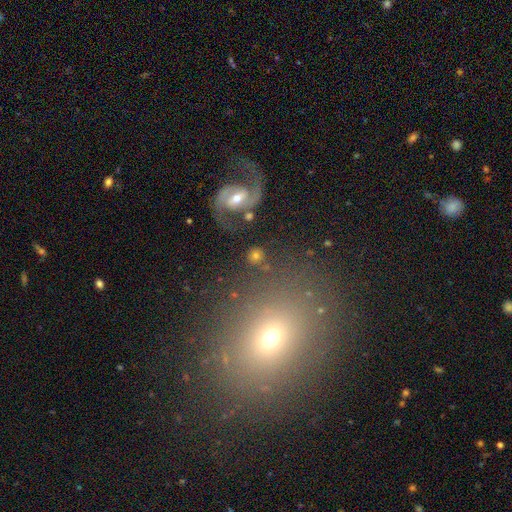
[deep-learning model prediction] A smooth galaxy with no disk features (68%) that is round (86%).

Vote fractions:
- Smooth or featured? smooth: 68% / featured or disk: 20% / star or artifact: 12%
- How rounded? round: 86% / in between: 12% / cigar-shaped: 1%
- Merging? none: 77% / minor disturbance: 9% / merger: 8% / major disturbance: 6%